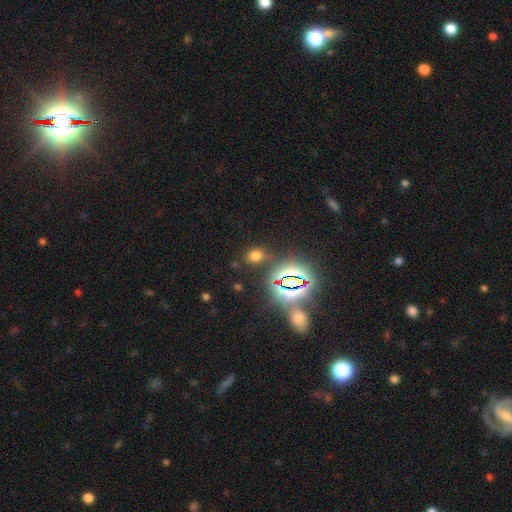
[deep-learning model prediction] Q: Smooth or featured?
A: smooth (57%); runner-up: star or artifact (37%)
Q: How rounded?
A: round (57%); runner-up: in between (41%)
Q: Merging?
A: none (80%); runner-up: minor disturbance (10%)